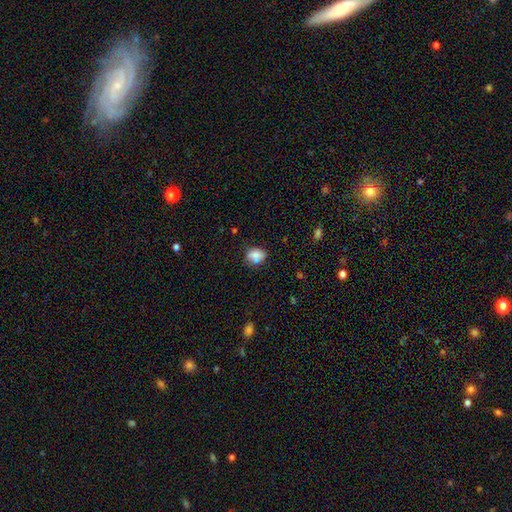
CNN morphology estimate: This is likely a smooth galaxy (73%). How rounded: possibly in between (50%). Merging: possibly none (57%).